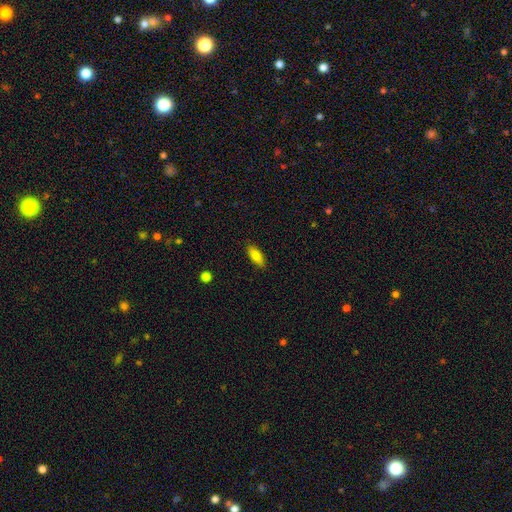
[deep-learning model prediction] This is clearly a smooth galaxy (82%). How rounded: likely in between (72%). Merging: clearly none (87%).